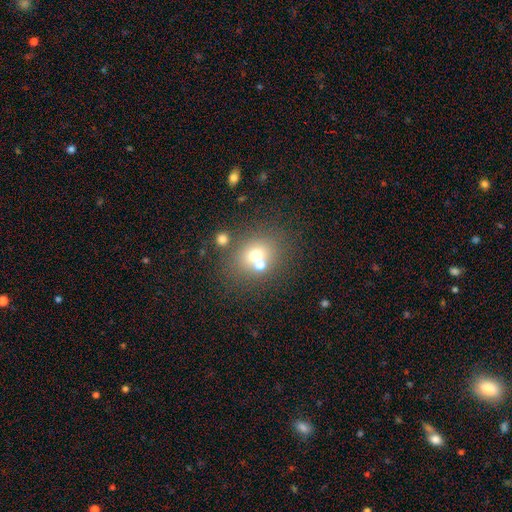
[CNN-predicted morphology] Smooth or featured? smooth (65%)
How rounded? round (69%)
Merging? none (55%)